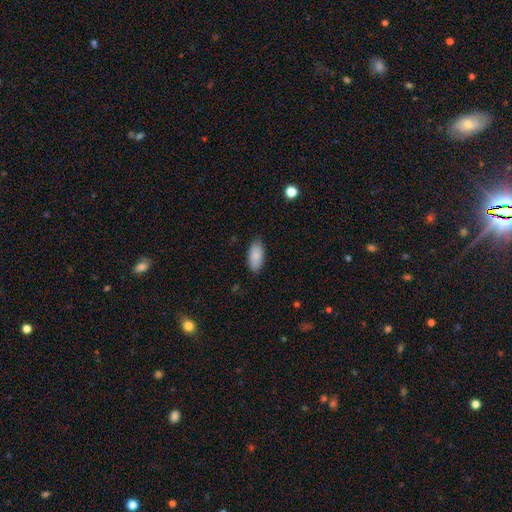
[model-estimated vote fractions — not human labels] Overall: smooth (87%). How rounded: in between (92%). Merging: none (83%).